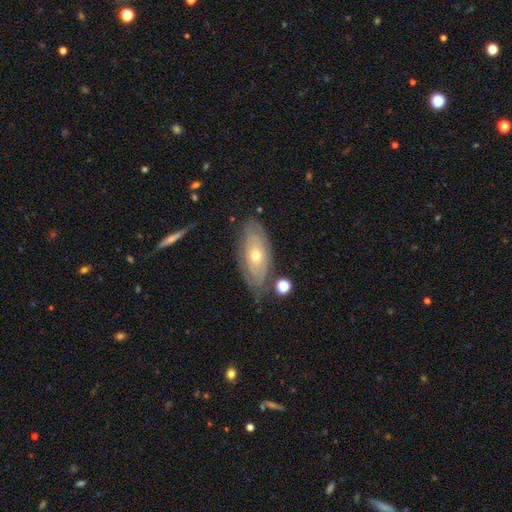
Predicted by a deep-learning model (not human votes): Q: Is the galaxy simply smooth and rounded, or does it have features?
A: featured or disk — 64%.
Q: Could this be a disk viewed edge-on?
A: no — 84%.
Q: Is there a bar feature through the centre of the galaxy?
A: no — 86%.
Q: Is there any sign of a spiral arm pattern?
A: yes — 60%.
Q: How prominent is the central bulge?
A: moderate — 53%.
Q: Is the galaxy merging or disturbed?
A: none — 74%.